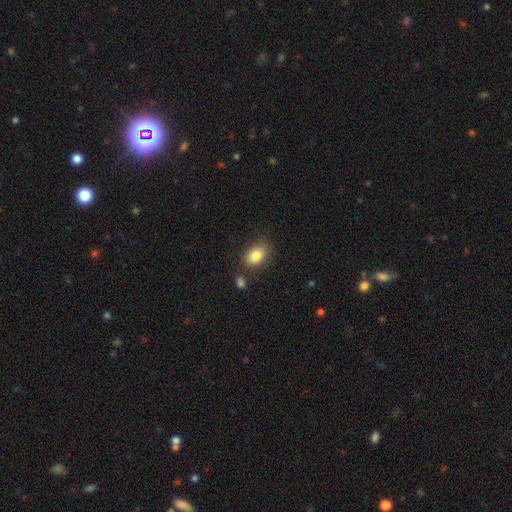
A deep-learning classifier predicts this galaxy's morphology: Overall: smooth (85%). How rounded: in between (85%). Merging: none (78%).